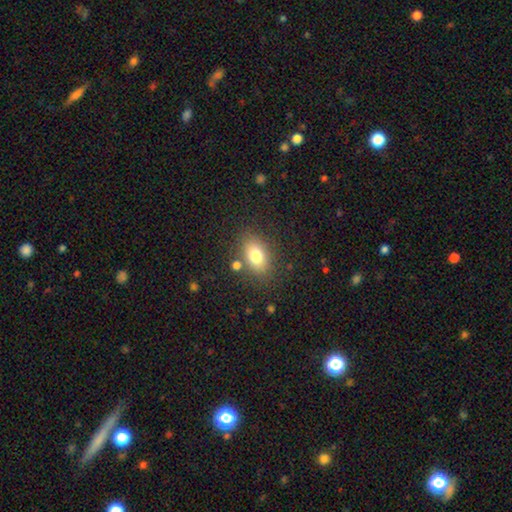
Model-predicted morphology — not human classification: This is likely a smooth galaxy (77%). How rounded: clearly in between (82%). Merging: likely none (79%).